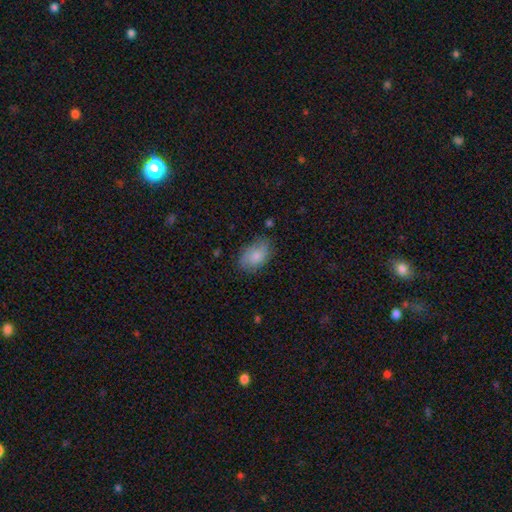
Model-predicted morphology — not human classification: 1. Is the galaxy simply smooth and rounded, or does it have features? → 79% smooth, 14% featured or disk, 7% star or artifact.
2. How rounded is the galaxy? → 89% in between, 10% round, 1% cigar-shaped.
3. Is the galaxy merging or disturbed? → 66% none, 25% minor disturbance, 7% major disturbance, 2% merger.